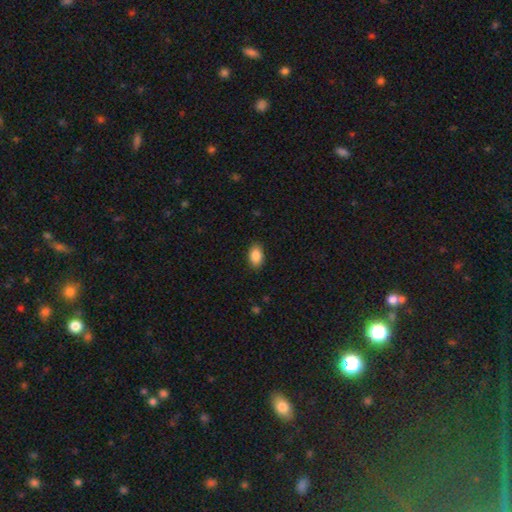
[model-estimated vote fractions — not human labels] Smooth or featured?
  - smooth: 88% *
  - star or artifact: 7%
  - featured or disk: 5%
How rounded?
  - in between: 91% *
  - round: 8%
  - cigar-shaped: 2%
Merging?
  - none: 88% *
  - minor disturbance: 9%
  - major disturbance: 2%
  - merger: 1%